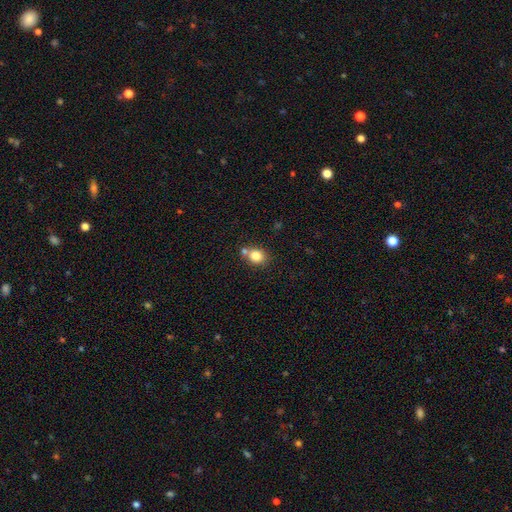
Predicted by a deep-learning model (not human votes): Q: Smooth or featured?
A: smooth (81%); runner-up: star or artifact (11%)
Q: How rounded?
A: round (67%); runner-up: in between (32%)
Q: Merging?
A: none (58%); runner-up: merger (27%)